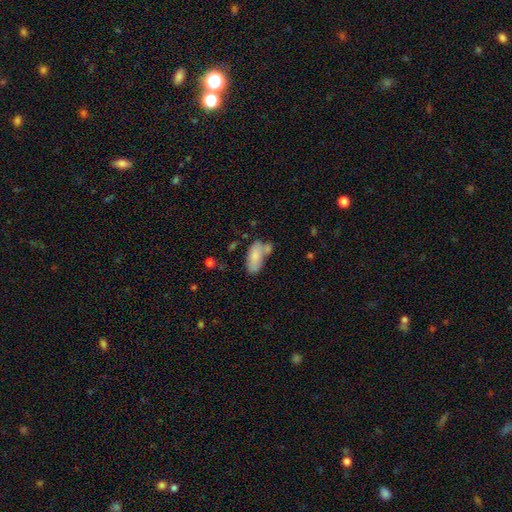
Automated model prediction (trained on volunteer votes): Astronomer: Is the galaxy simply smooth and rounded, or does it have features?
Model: smooth — 78%.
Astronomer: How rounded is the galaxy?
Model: in between — 90%.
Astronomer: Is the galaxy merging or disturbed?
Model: none — 42% (runner-up: merger, 27%).